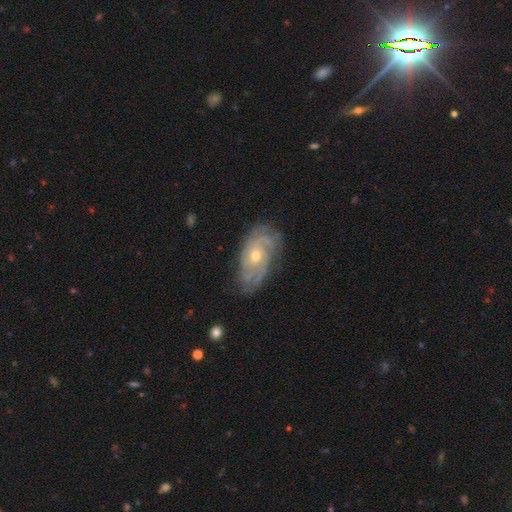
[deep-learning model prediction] Smooth or featured: featured or disk — 87% (smooth — 7%)
Edge-on disk: no — 96% (yes — 4%)
Bar: no — 75% (weak — 21%)
Spiral arms: yes — 97% (no — 3%)
Spiral winding: tight — 67% (medium — 27%)
Spiral arm count: 3 — 28% (can't tell — 26%)
Bulge size: moderate — 51% (small — 46%)
Merging: none — 75% (minor disturbance — 18%)